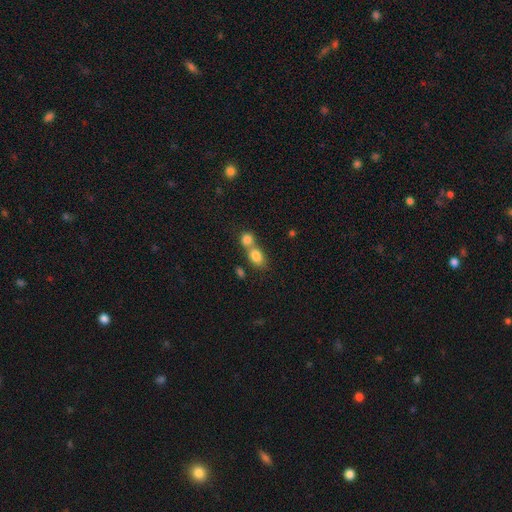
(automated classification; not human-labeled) Smooth or featured?
  - smooth: 81% *
  - featured or disk: 10%
  - star or artifact: 10%
How rounded?
  - in between: 63% *
  - round: 35%
  - cigar-shaped: 2%
Merging?
  - merger: 57% *
  - none: 33%
  - minor disturbance: 7%
  - major disturbance: 3%